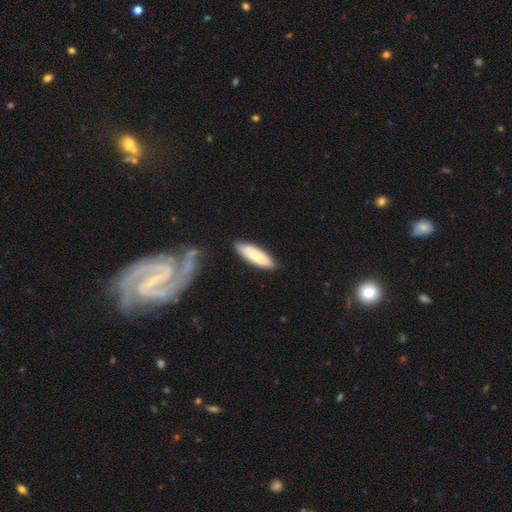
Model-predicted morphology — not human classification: Overall: smooth (73%). How rounded: in between (52%; cigar-shaped 46%). Merging: none (82%).